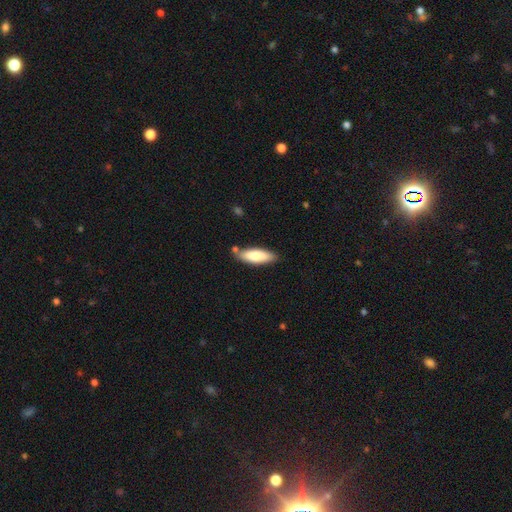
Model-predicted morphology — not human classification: Overall: smooth (78%). How rounded: in between (54%; cigar-shaped 44%). Merging: none (77%).